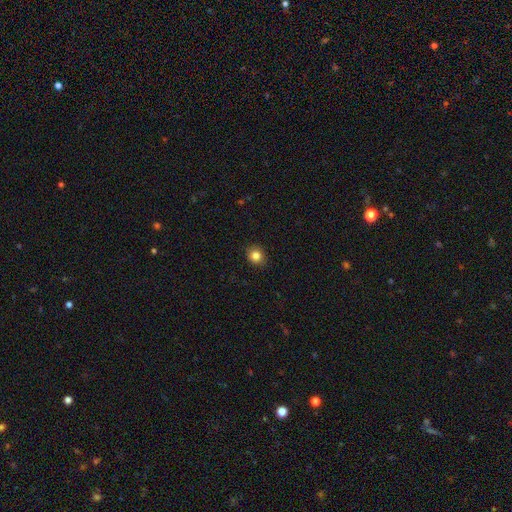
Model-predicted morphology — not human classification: smooth 84%, star or artifact 12%, featured or disk 5%. Down the decision tree: how rounded — round (81%); merging — none (90%).